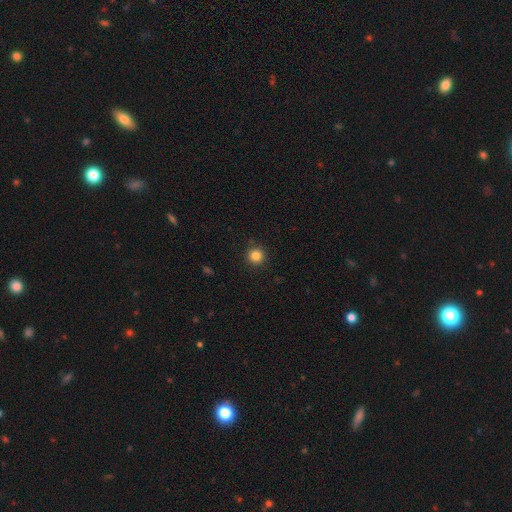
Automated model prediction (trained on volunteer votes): smooth 84%, star or artifact 12%, featured or disk 4%. Down the decision tree: how rounded — round (95%); merging — none (91%).